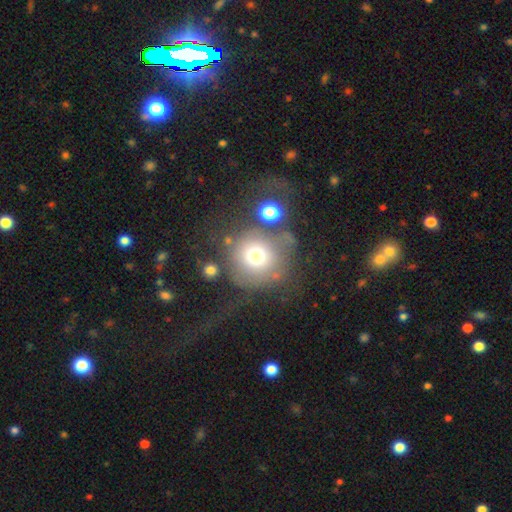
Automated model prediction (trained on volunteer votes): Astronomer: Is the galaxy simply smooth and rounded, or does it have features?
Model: smooth — 67%.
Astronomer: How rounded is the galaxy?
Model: round — 91%.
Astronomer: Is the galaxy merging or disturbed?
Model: none — 52%.